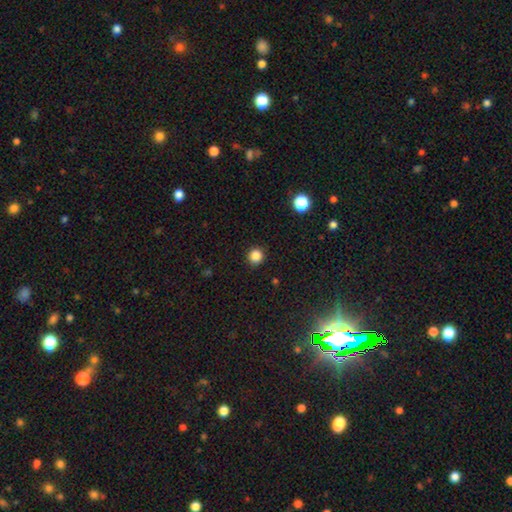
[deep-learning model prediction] This appears to be a smooth galaxy with no disk features (85%) that is round (94%). Merging: none (92%).